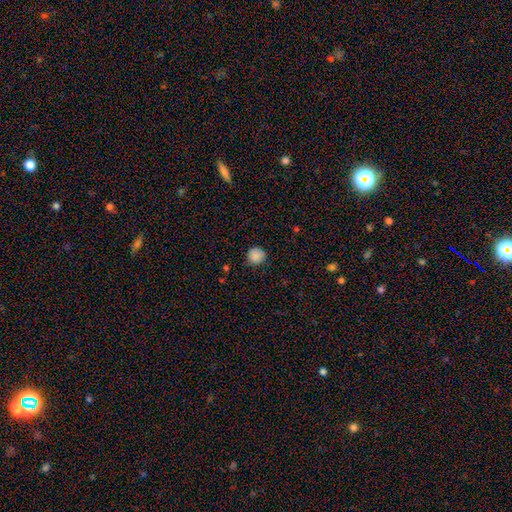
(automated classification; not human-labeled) Overall: smooth (87%). How rounded: round (93%). Merging: none (87%).